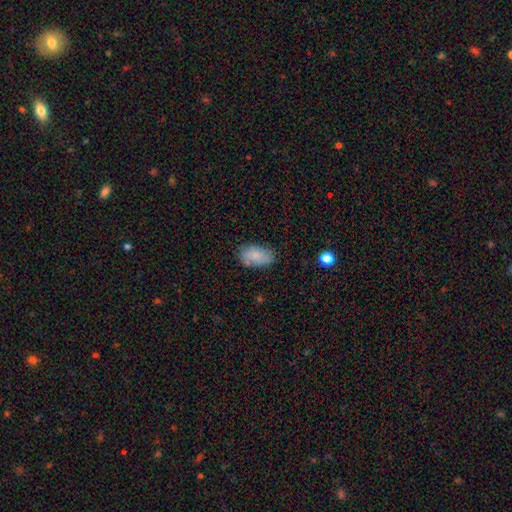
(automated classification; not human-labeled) A smooth galaxy with no disk features (81%) that is in between round and cigar-shaped (93%). Merging: none (75%).